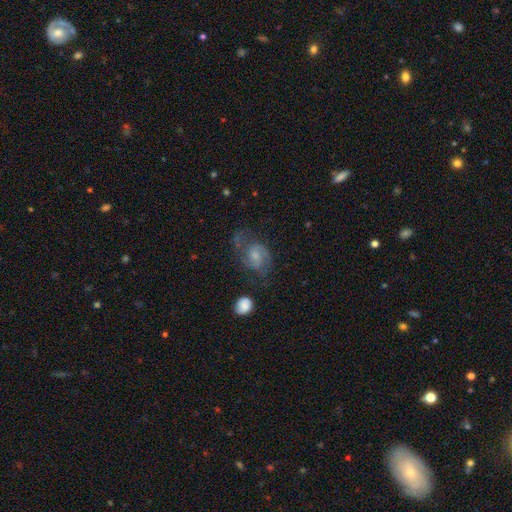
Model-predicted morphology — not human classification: smooth-or-featured: featured or disk: 69% | smooth: 22% | star or artifact: 9%
  disk-edge-on: no: 97% | yes: 3%
    bar: no: 51% | weak: 42% | strong: 6%
    has-spiral-arms: yes: 91% | no: 9%
      spiral-winding: medium: 52% | loose: 25% | tight: 23%
      spiral-arm-count: 2: 80% | can't tell: 10% | 1: 4% | 3: 3% | 4: 1% | more than 4: 1%
    bulge-size: small: 42% | moderate: 39% | none: 11% | large: 6% | dominant: 2%
  merging: none: 53% | minor disturbance: 23% | major disturbance: 20% | merger: 4%